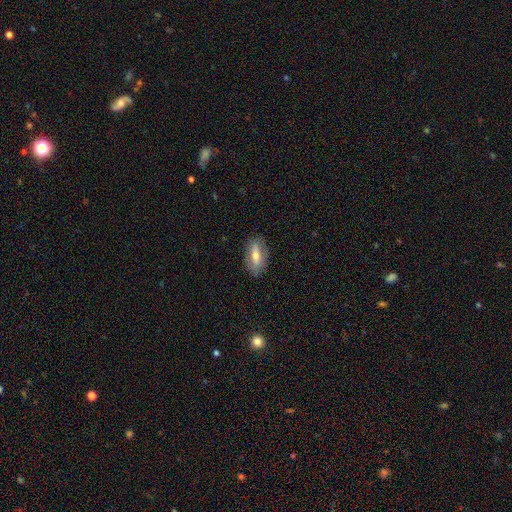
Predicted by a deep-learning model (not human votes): smooth 51%, featured or disk 42%, star or artifact 7%. Down the decision tree: how rounded — in between (81%); merging — none (81%).